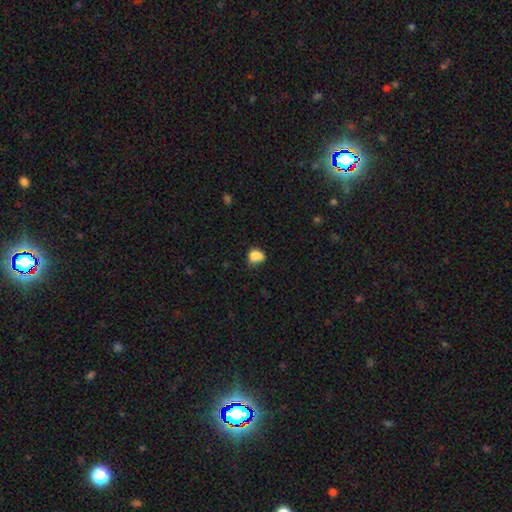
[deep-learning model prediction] The model was most divided on "merging": none: 35%, merger: 31%, minor disturbance: 23%, major disturbance: 10%. More confident: smooth or featured — smooth (78%); how rounded — in between (52%).